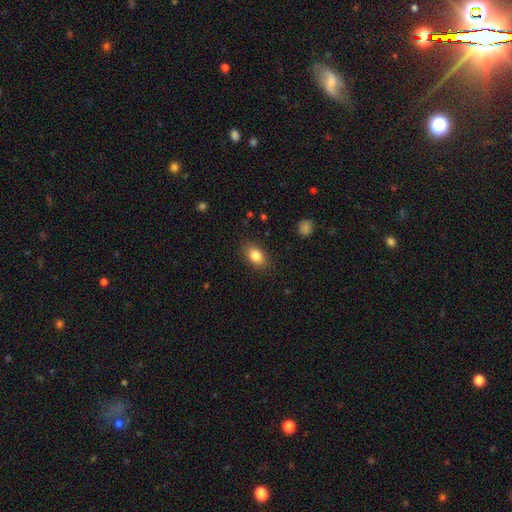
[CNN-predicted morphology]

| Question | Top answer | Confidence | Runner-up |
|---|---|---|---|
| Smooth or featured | smooth | 84% | star or artifact (8%) |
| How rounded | in between | 84% | round (14%) |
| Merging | none | 85% | minor disturbance (11%) |